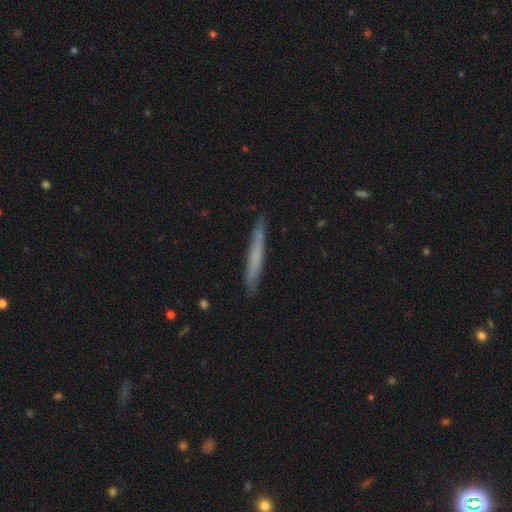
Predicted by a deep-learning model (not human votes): Smooth or featured: smooth — 55% (featured or disk — 39%)
How rounded: cigar-shaped — 96% (in between — 2%)
Merging: none — 88% (minor disturbance — 9%)